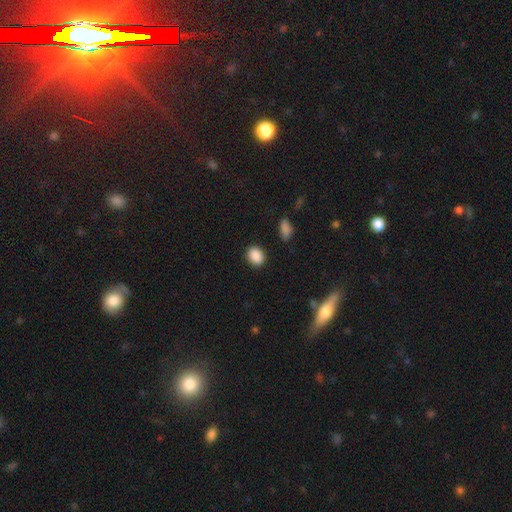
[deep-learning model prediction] smooth_or_featured: smooth (p=0.89) [alt: star or artifact p=0.08]
how_rounded: in between (p=0.61) [alt: round p=0.38]
merging: none (p=0.87) [alt: minor disturbance p=0.08]